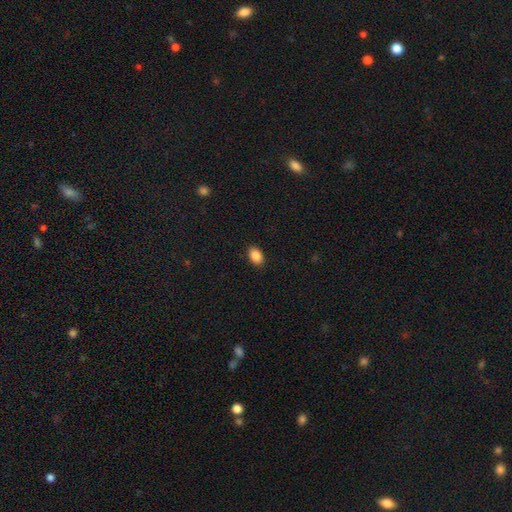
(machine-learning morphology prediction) Q: Smooth or featured?
A: smooth (88%); runner-up: star or artifact (8%)
Q: How rounded?
A: in between (86%); runner-up: round (13%)
Q: Merging?
A: none (90%); runner-up: minor disturbance (7%)